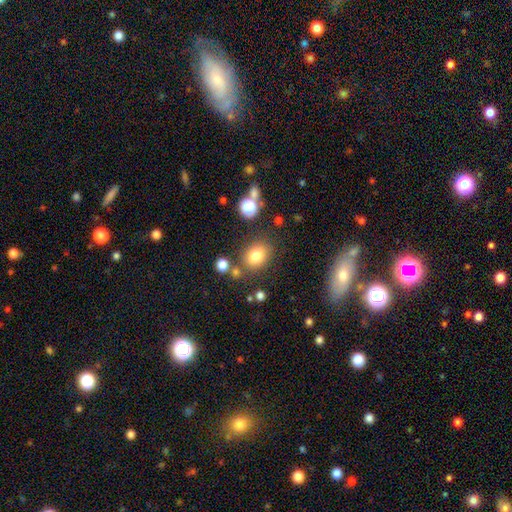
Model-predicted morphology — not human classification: smooth 79%, star or artifact 12%, featured or disk 9%. Down the decision tree: how rounded — in between (59%); merging — none (75%).